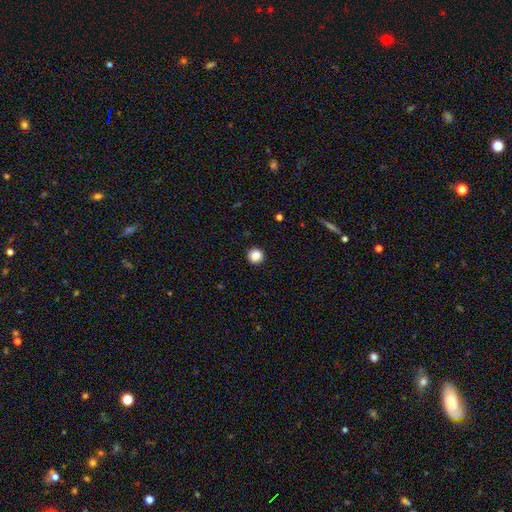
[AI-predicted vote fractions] Smooth or featured? Predicted: smooth (p=0.87). How rounded? Predicted: round (p=0.94). Merging? Predicted: none (p=0.92).